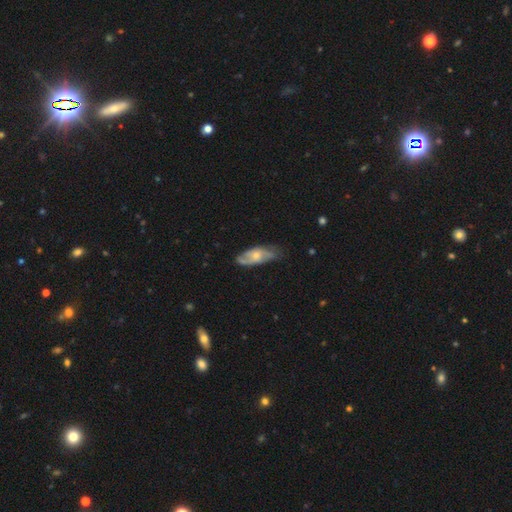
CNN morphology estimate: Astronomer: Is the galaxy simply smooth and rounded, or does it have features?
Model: featured or disk — 58% (runner-up: smooth, 37%).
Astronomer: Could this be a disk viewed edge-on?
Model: no — 85%.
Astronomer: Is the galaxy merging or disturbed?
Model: none — 61%.